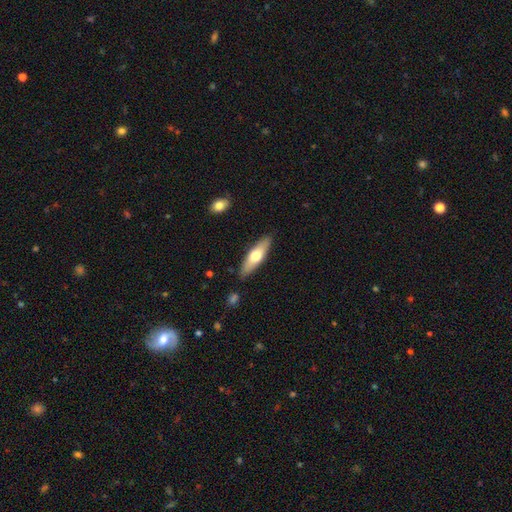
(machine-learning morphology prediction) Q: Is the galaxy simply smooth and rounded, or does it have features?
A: smooth — 59%.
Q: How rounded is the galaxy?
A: cigar-shaped — 58%.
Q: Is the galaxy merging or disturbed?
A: none — 87%.